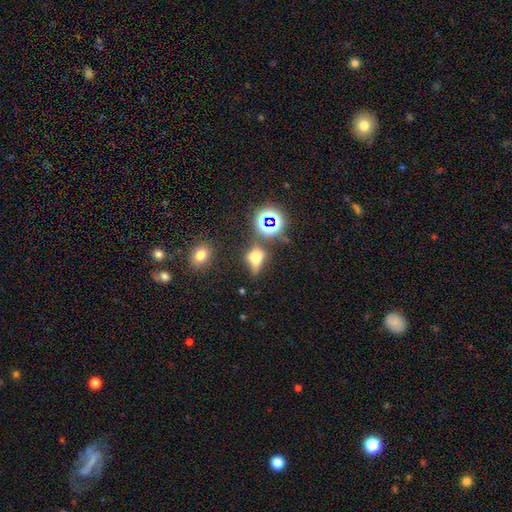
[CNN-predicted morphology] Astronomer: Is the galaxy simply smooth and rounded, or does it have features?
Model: smooth — 50% (runner-up: star or artifact, 31%).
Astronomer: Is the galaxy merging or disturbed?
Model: none — 47%.